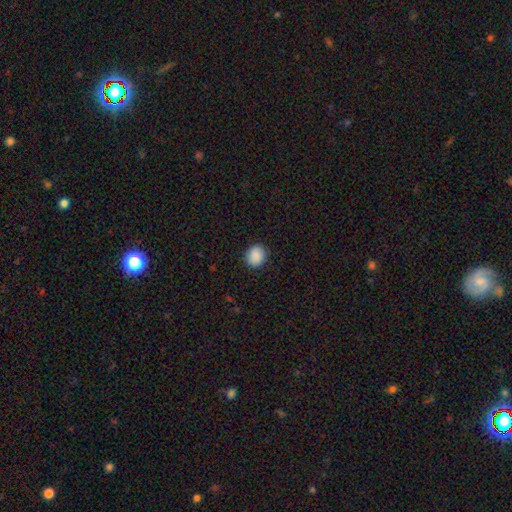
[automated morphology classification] Overall: smooth (90%). How rounded: round (66%; in between 33%). Merging: none (89%).